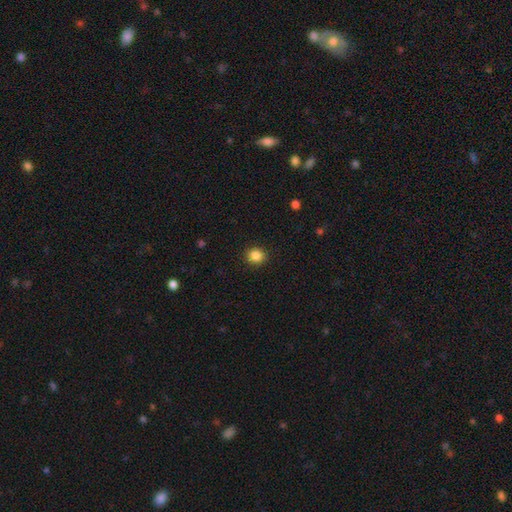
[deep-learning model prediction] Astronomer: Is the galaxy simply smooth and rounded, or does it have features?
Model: smooth — 86%.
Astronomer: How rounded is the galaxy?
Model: round — 82%.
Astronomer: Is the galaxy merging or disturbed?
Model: none — 91%.